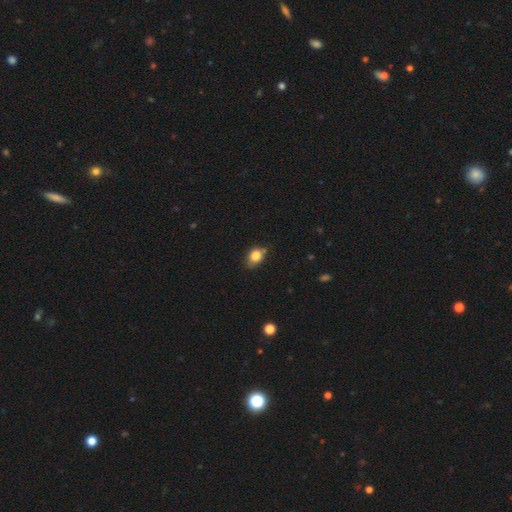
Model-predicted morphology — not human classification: The model was most divided on "how rounded": in between: 62%, round: 37%, cigar-shaped: 2%. More confident: smooth or featured — smooth (82%); merging — none (64%).